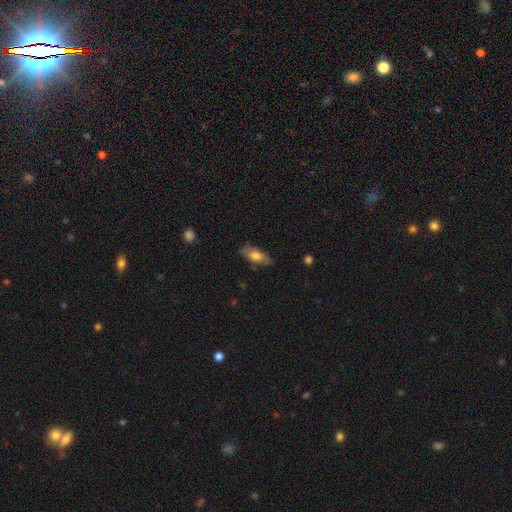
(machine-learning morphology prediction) smooth 64%, featured or disk 29%, star or artifact 7%. Down the decision tree: how rounded — in between (75%); merging — none (78%).